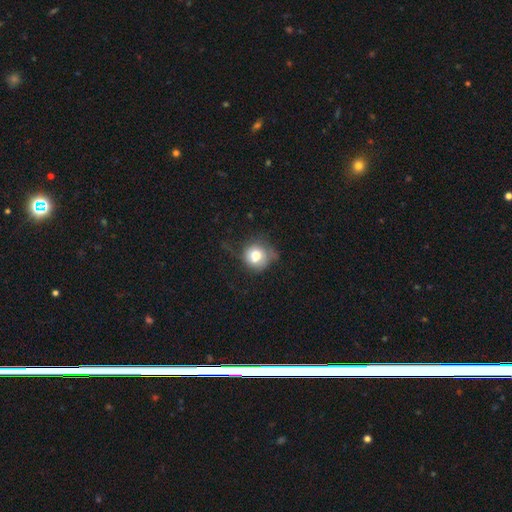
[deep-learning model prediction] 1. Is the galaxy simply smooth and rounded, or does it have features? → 73% smooth, 16% featured or disk, 10% star or artifact.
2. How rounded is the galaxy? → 85% round, 14% in between, 1% cigar-shaped.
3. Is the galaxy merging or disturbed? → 50% none, 31% minor disturbance, 17% major disturbance, 3% merger.